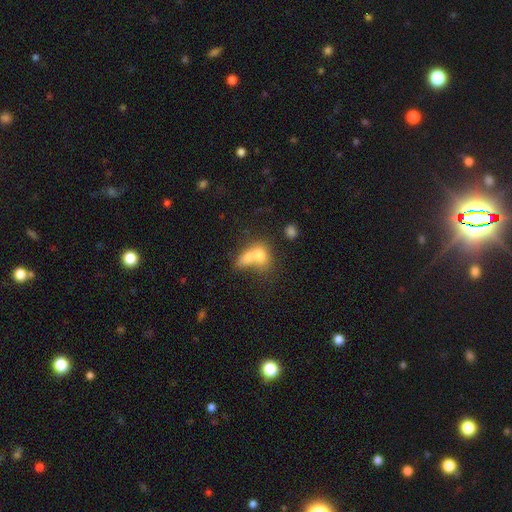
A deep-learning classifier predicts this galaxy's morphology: Overall: smooth (71%). How rounded: in between (69%). Merging: merger (72%).